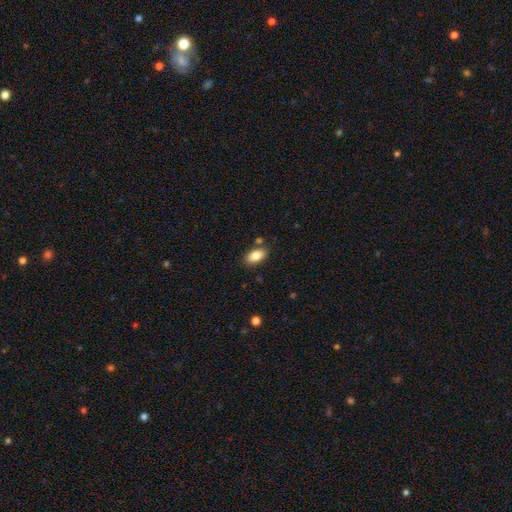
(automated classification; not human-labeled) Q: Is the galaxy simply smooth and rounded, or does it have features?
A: smooth — 84%.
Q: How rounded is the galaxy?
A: in between — 92%.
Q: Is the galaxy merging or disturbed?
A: none — 80%.